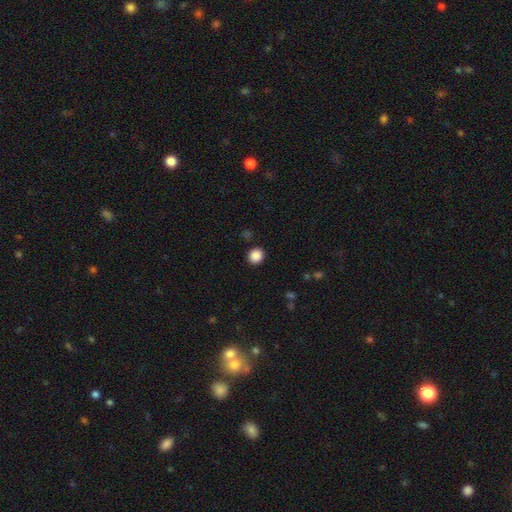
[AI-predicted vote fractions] A smooth galaxy with no disk features (88%) that is round (83%).

Vote fractions:
- Smooth or featured? smooth: 88% / star or artifact: 10% / featured or disk: 3%
- How rounded? round: 83% / in between: 16% / cigar-shaped: 1%
- Merging? none: 90% / minor disturbance: 6% / major disturbance: 2% / merger: 2%